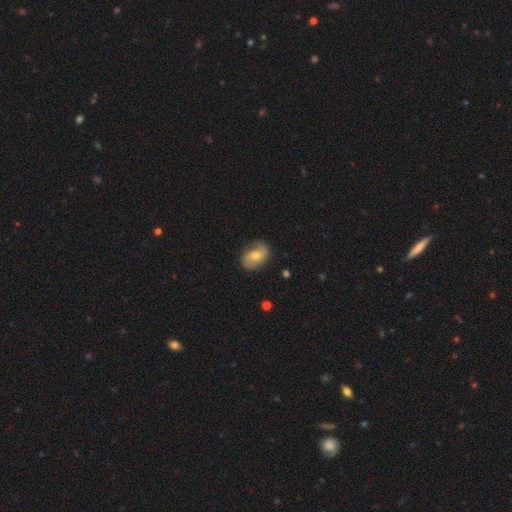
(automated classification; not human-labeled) smooth_or_featured: featured or disk (p=0.59) [alt: smooth p=0.34]
disk_edge_on: no (p=0.96) [alt: yes p=0.04]
bar: no (p=0.62) [alt: weak p=0.31]
has_spiral_arms: yes (p=0.86) [alt: no p=0.14]
bulge_size: moderate (p=0.56) [alt: small p=0.38]
merging: none (p=0.71) [alt: minor disturbance p=0.20]